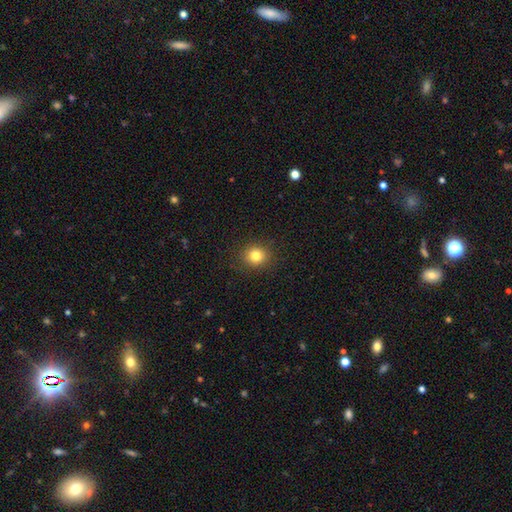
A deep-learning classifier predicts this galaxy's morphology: smooth-or-featured: smooth: 81% | star or artifact: 12% | featured or disk: 7%
  how-rounded: round: 84% | in between: 15% | cigar-shaped: 1%
  merging: none: 90% | minor disturbance: 6% | major disturbance: 2% | merger: 1%